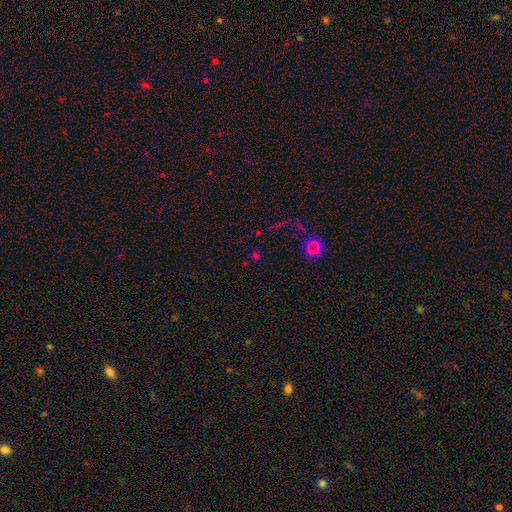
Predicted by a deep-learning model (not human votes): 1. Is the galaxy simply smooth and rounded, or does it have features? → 61% star or artifact, 31% smooth, 8% featured or disk.